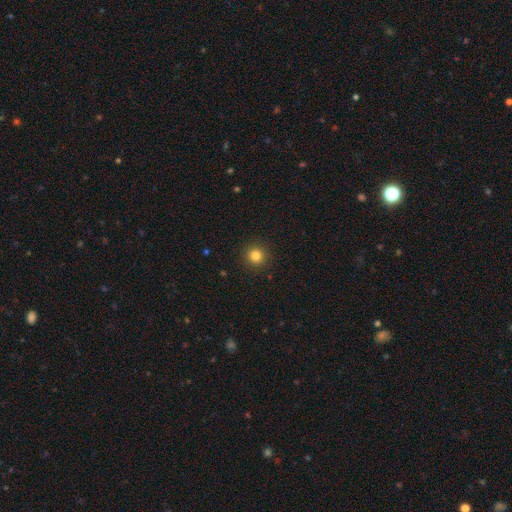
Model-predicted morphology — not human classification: This appears to be a smooth galaxy with no disk features (82%) that is round (94%). Merging: none (92%).